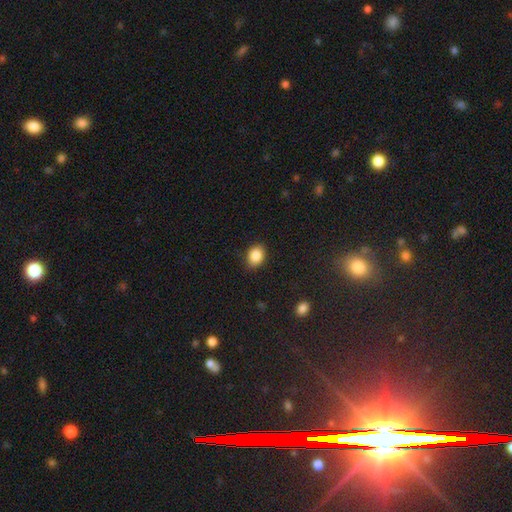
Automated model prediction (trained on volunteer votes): Overall: smooth (87%). How rounded: in between (61%; round 38%). Merging: none (87%).